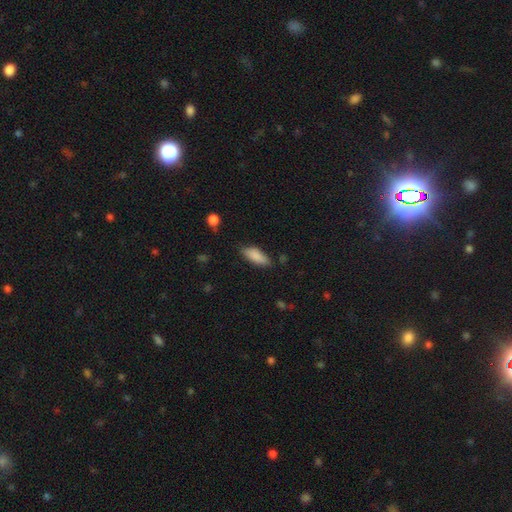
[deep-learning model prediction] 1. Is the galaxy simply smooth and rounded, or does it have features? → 86% smooth, 7% featured or disk, 7% star or artifact.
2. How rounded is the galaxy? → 75% in between, 23% cigar-shaped, 2% round.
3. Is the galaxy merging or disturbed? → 77% none, 18% minor disturbance, 4% major disturbance, 2% merger.